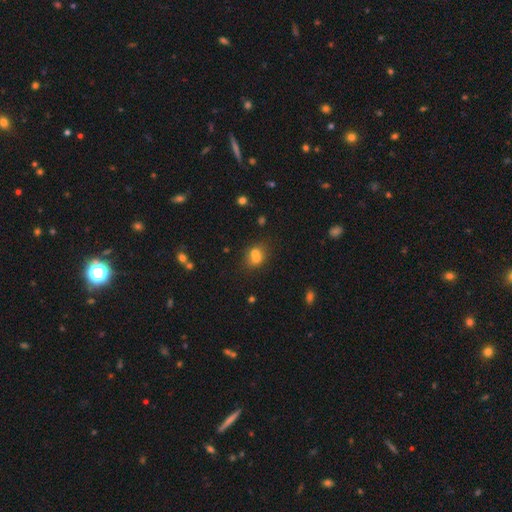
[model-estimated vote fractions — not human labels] Smooth or featured? Predicted: smooth (p=0.66). How rounded? Predicted: round (p=0.59). Merging? Predicted: merger (p=0.56).